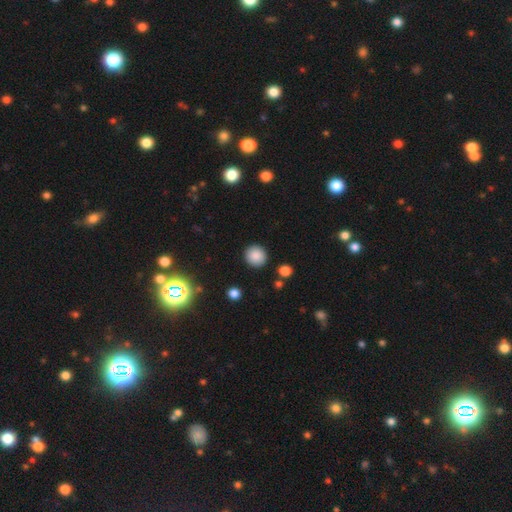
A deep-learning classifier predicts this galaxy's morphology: The model was most divided on "smooth or featured": smooth: 86%, star or artifact: 10%, featured or disk: 4%. More confident: merging — none (90%); how rounded — round (90%).